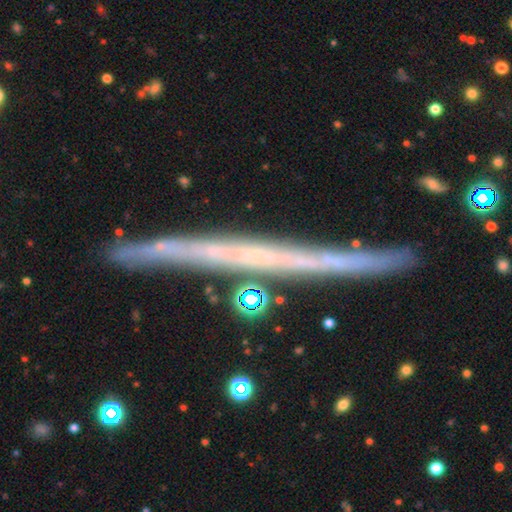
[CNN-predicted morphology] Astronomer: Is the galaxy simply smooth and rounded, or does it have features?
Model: featured or disk — 69%.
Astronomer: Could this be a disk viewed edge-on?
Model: yes — 97%.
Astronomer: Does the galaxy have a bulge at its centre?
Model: none — 88%.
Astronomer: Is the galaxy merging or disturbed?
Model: none — 86%.